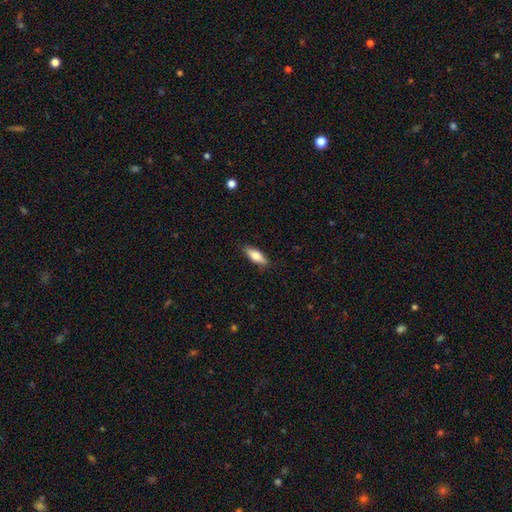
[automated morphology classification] smooth_or_featured: smooth (p=0.77) [alt: featured or disk p=0.17]
how_rounded: in between (p=0.67) [alt: cigar-shaped p=0.31]
merging: none (p=0.86) [alt: minor disturbance p=0.10]